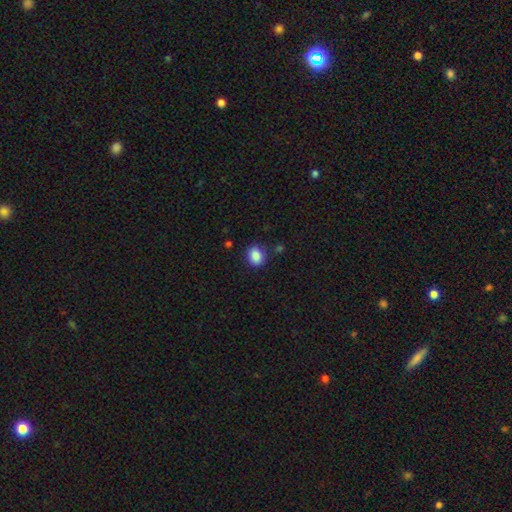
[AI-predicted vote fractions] Smooth or featured?
  - smooth: 87% *
  - star or artifact: 9%
  - featured or disk: 4%
How rounded?
  - round: 55% *
  - in between: 44%
  - cigar-shaped: 1%
Merging?
  - none: 82% *
  - minor disturbance: 12%
  - major disturbance: 3%
  - merger: 3%